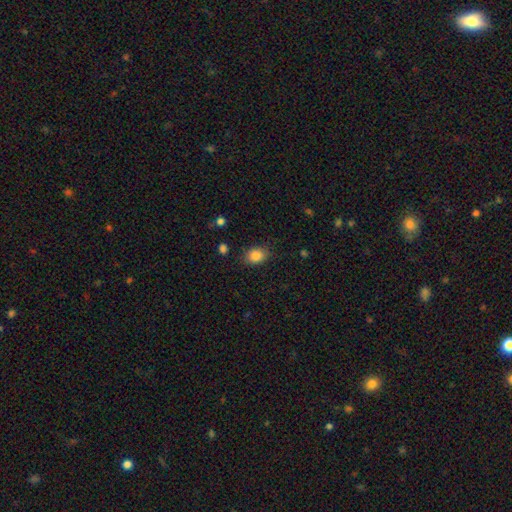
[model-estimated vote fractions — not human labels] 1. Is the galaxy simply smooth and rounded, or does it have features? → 85% smooth, 9% star or artifact, 6% featured or disk.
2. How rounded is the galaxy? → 65% in between, 34% round, 1% cigar-shaped.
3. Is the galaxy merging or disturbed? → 82% none, 13% minor disturbance, 3% major disturbance, 2% merger.